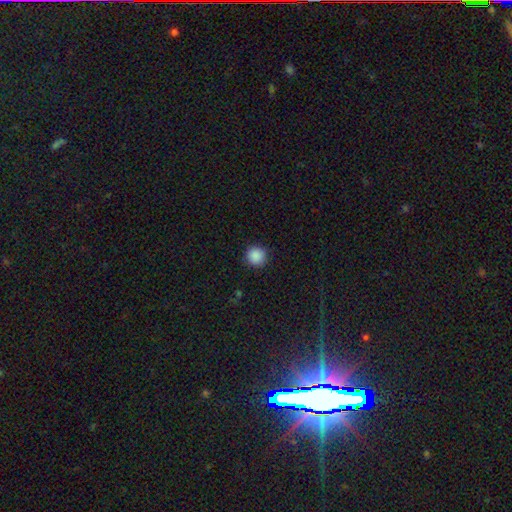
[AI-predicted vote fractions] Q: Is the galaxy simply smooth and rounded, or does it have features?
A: smooth — 88%.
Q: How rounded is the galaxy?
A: round — 95%.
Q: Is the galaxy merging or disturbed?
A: none — 91%.